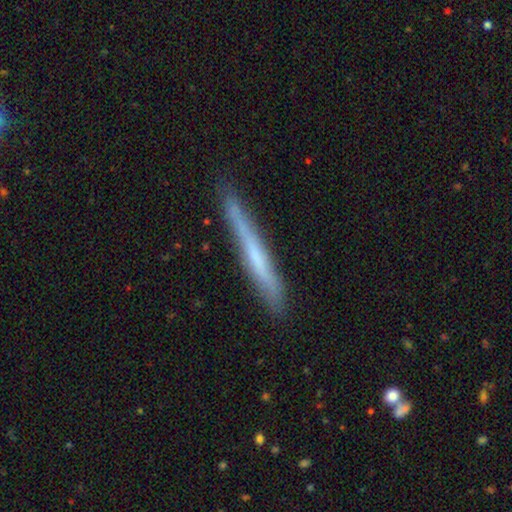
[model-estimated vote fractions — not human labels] Smooth or featured?
  - featured or disk: 48% *
  - smooth: 46%
  - star or artifact: 6%
Merging?
  - none: 82% *
  - minor disturbance: 14%
  - major disturbance: 2%
  - merger: 2%